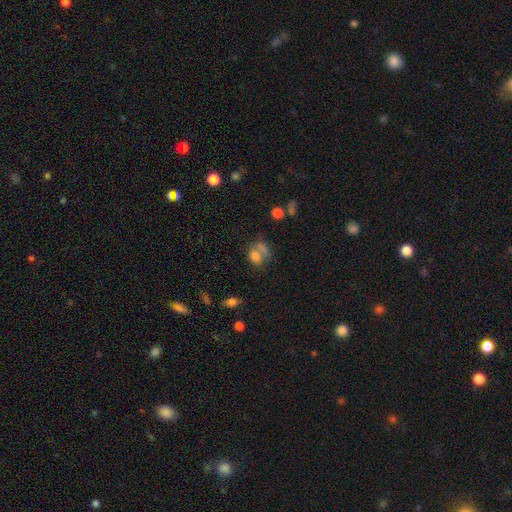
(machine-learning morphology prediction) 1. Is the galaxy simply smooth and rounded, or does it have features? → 69% smooth, 17% featured or disk, 15% star or artifact.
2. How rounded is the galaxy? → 56% in between, 42% round, 2% cigar-shaped.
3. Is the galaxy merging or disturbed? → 41% merger, 33% none, 13% minor disturbance, 13% major disturbance.